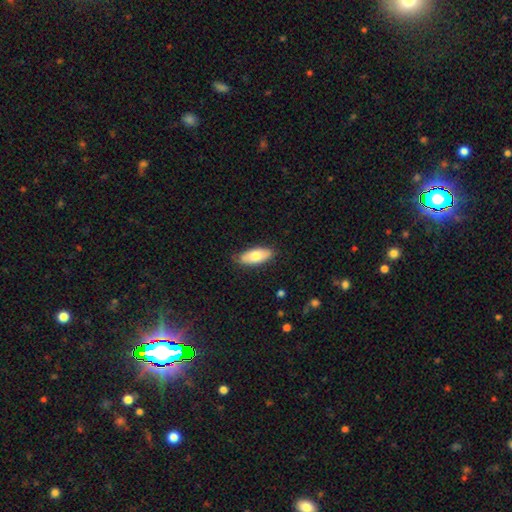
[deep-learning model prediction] This appears to be a smooth galaxy with no disk features (74%) that is in between round and cigar-shaped (85%). Merging: none (83%).